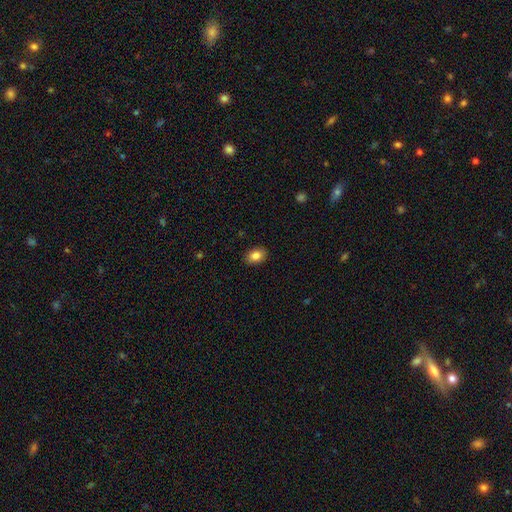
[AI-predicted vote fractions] Q: Smooth or featured?
A: smooth (84%); runner-up: star or artifact (9%)
Q: How rounded?
A: in between (78%); runner-up: round (21%)
Q: Merging?
A: none (89%); runner-up: minor disturbance (8%)